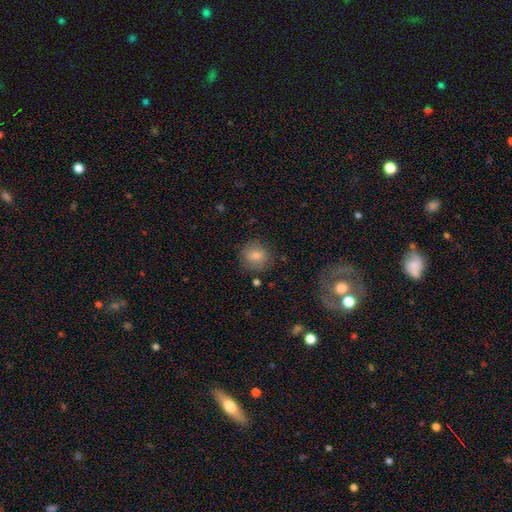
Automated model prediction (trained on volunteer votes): A smooth galaxy with no disk features (81%) that is round (82%).

Vote fractions:
- Smooth or featured? smooth: 81% / featured or disk: 10% / star or artifact: 9%
- How rounded? round: 82% / in between: 17% / cigar-shaped: 1%
- Merging? none: 81% / minor disturbance: 13% / major disturbance: 4% / merger: 2%